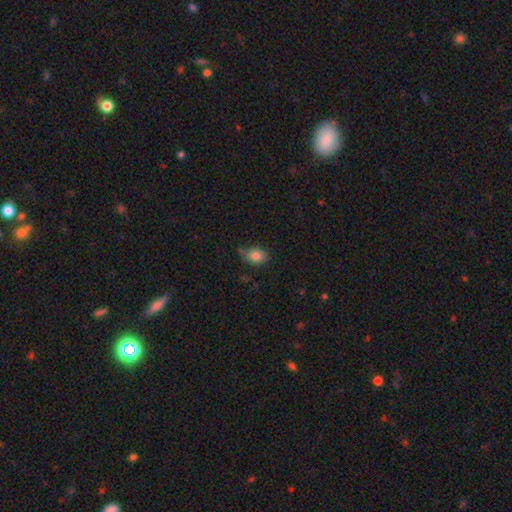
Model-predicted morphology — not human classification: A smooth galaxy with no disk features (82%) that is in between round and cigar-shaped (63%).

Vote fractions:
- Smooth or featured? smooth: 82% / star or artifact: 10% / featured or disk: 8%
- How rounded? in between: 63% / round: 35% / cigar-shaped: 1%
- Merging? none: 61% / minor disturbance: 27% / major disturbance: 7% / merger: 4%